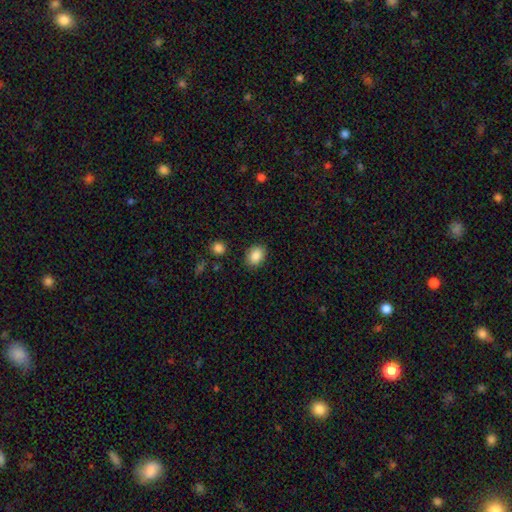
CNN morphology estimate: smooth_or_featured: smooth (p=0.87) [alt: star or artifact p=0.08]
how_rounded: in between (p=0.63) [alt: round p=0.36]
merging: none (p=0.86) [alt: minor disturbance p=0.09]